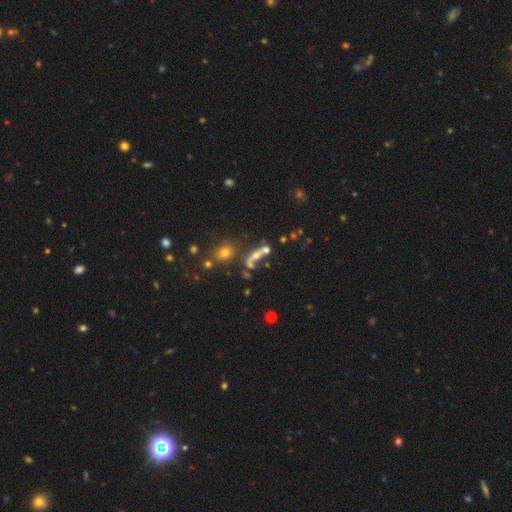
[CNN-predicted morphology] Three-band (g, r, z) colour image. It shows a featured or disk galaxy (42%). Merging: none (37%).